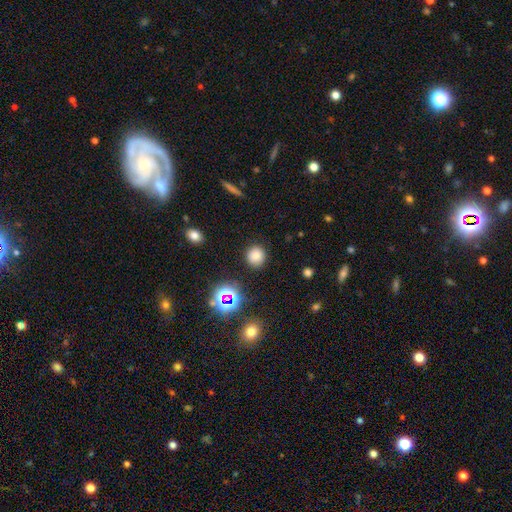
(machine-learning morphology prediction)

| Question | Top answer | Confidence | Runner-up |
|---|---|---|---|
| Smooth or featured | smooth | 78% | star or artifact (17%) |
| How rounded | round | 87% | in between (12%) |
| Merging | none | 88% | minor disturbance (8%) |